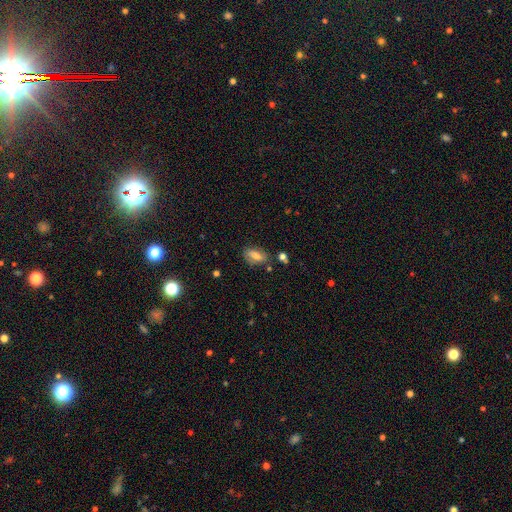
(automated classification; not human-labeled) smooth-or-featured: smooth: 65% | featured or disk: 25% | star or artifact: 10%
  how-rounded: in between: 84% | cigar-shaped: 10% | round: 6%
  merging: none: 71% | minor disturbance: 19% | major disturbance: 5% | merger: 5%